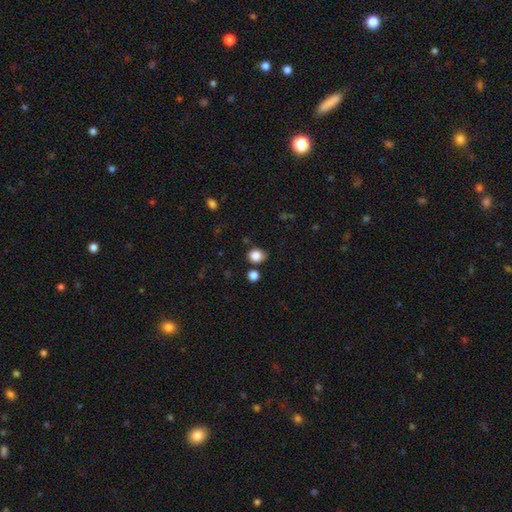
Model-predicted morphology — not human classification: A smooth galaxy with no disk features (85%) that is round (81%). Merging: none (73%).